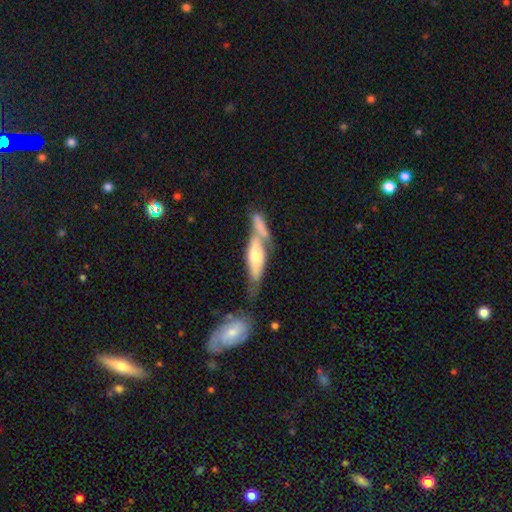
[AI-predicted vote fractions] Morphology: type=featured or disk (48%); merging=merger (44%).